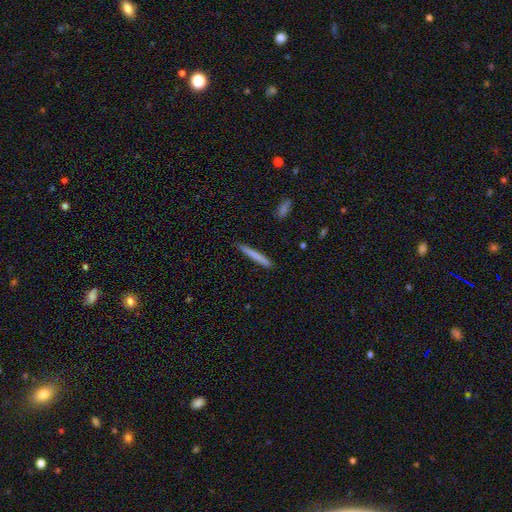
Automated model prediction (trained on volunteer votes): Smooth or featured: smooth — 74% (featured or disk — 20%)
How rounded: cigar-shaped — 97% (in between — 2%)
Merging: none — 88% (minor disturbance — 9%)